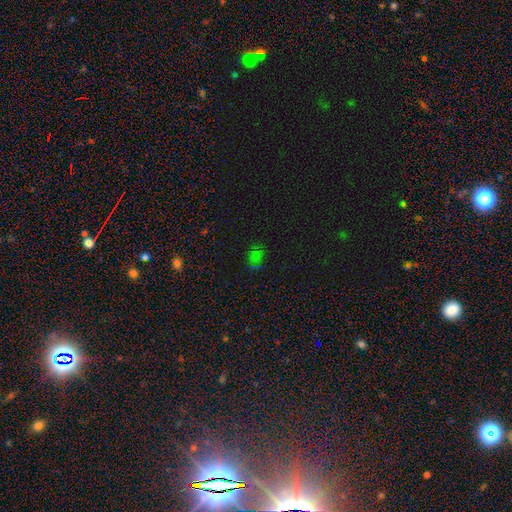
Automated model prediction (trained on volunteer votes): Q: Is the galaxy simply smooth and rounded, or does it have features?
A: smooth — 52%.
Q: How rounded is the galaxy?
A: in between — 65%.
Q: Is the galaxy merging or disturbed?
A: none — 65%.